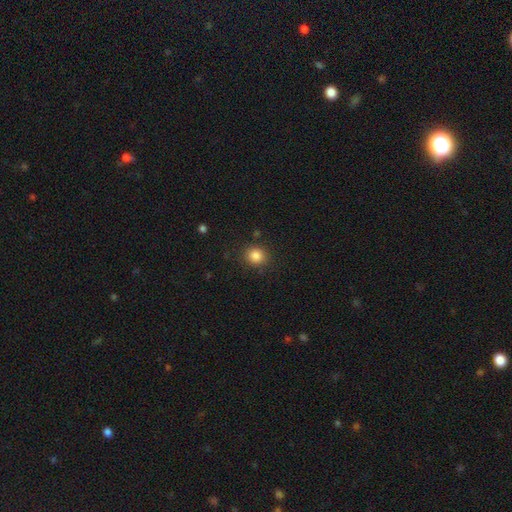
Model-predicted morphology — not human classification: Smooth or featured: smooth — 85% (star or artifact — 11%)
How rounded: round — 81% (in between — 18%)
Merging: none — 86% (minor disturbance — 9%)